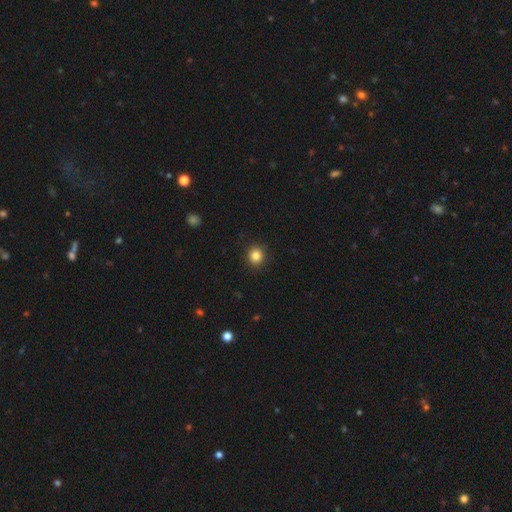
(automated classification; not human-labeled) This is clearly a smooth galaxy (85%). How rounded: clearly round (90%). Merging: clearly none (92%).